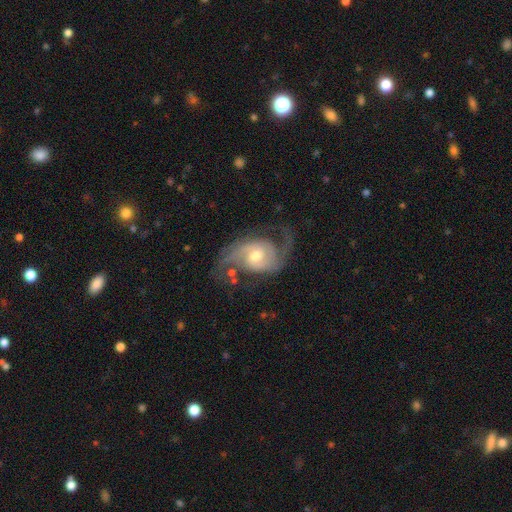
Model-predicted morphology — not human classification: A featured or disk galaxy (89%) with no bar (59%), 2 (88%) medium (48%) spiral arms (97%) and a moderate central bulge (67%). Merging: none (65%).